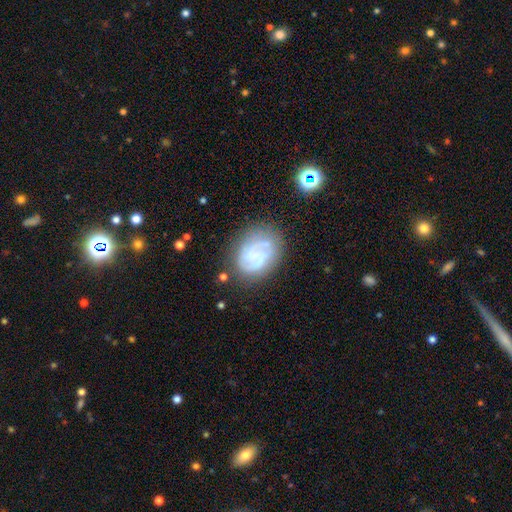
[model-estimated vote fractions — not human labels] Morphology: type=featured or disk (63%); edge-on=no (98%); bar=no (65%); spiral arms=yes (78%); bulge=none (52%); merging=none (65%).